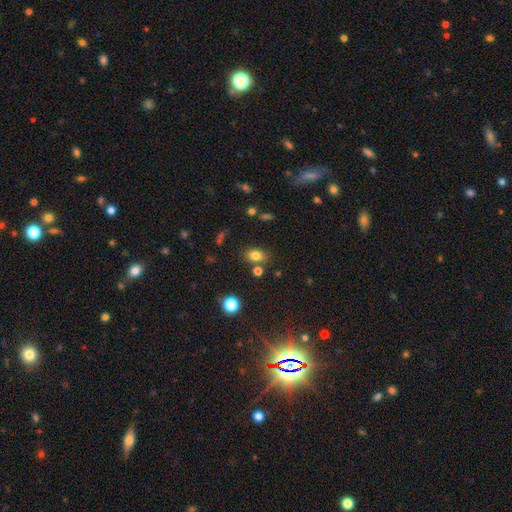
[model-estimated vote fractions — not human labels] A smooth galaxy with no disk features (80%) that is in between round and cigar-shaped (76%).

Vote fractions:
- Smooth or featured? smooth: 80% / star or artifact: 12% / featured or disk: 8%
- How rounded? in between: 76% / round: 22% / cigar-shaped: 2%
- Merging? none: 75% / minor disturbance: 12% / merger: 9% / major disturbance: 4%